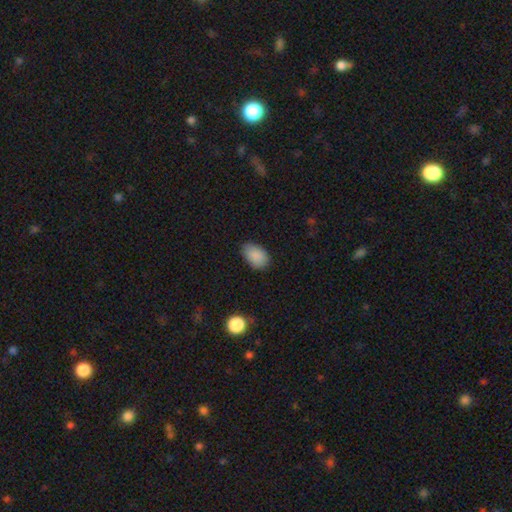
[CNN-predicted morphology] A smooth galaxy with no disk features (88%) that is in between round and cigar-shaped (90%). Merging: none (78%).